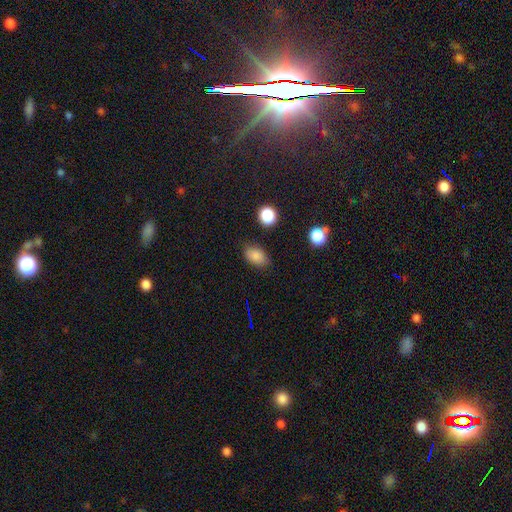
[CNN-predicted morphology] Smooth or featured?
  - smooth: 84% *
  - star or artifact: 10%
  - featured or disk: 6%
How rounded?
  - in between: 85% *
  - round: 14%
  - cigar-shaped: 1%
Merging?
  - none: 80% *
  - minor disturbance: 15%
  - major disturbance: 3%
  - merger: 2%